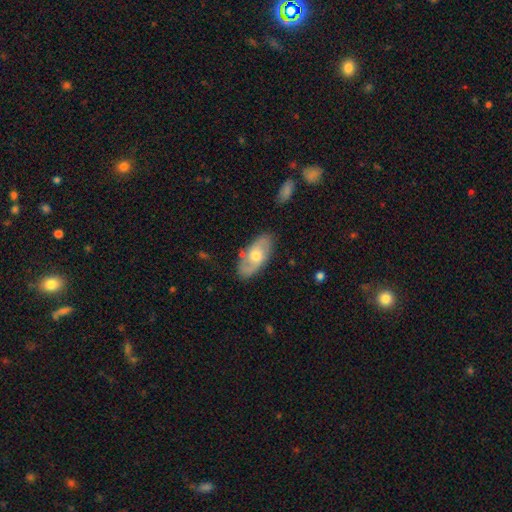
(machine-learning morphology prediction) Smooth or featured: featured or disk — 51% (smooth — 43%)
Edge-on disk: no — 88% (yes — 12%)
Merging: none — 78% (minor disturbance — 15%)